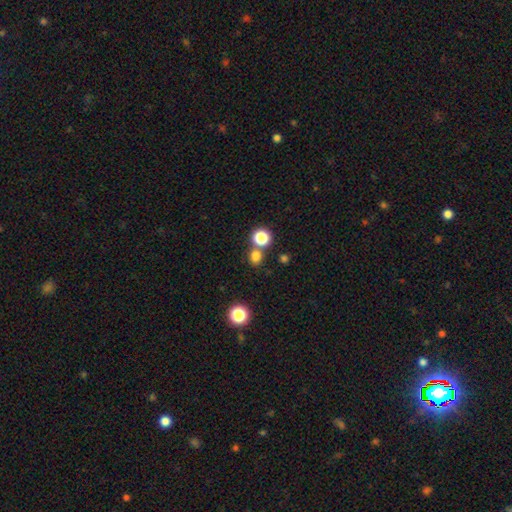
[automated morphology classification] A smooth galaxy with no disk features (77%) that is round (80%).

Vote fractions:
- Smooth or featured? smooth: 77% / star or artifact: 18% / featured or disk: 5%
- How rounded? round: 80% / in between: 19% / cigar-shaped: 1%
- Merging? none: 69% / merger: 21% / minor disturbance: 7% / major disturbance: 3%